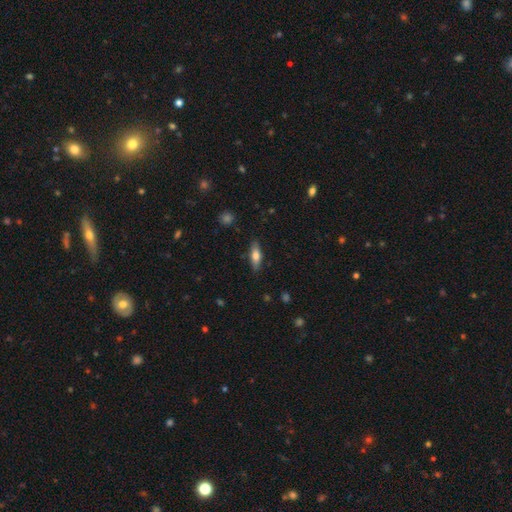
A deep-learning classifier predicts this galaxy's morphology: A smooth galaxy with no disk features (67%) that is in between round and cigar-shaped (55%). Merging: none (85%).